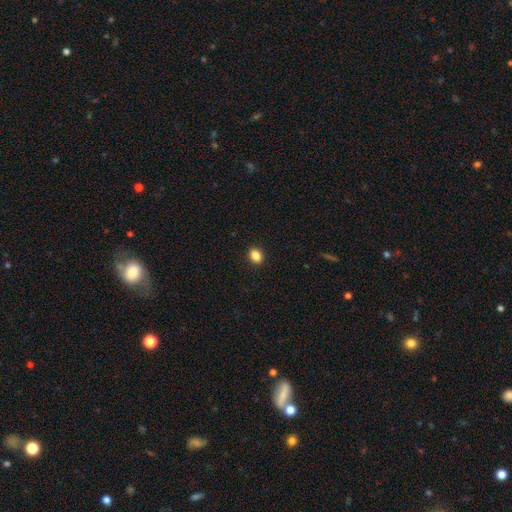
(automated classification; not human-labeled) Smooth or featured? smooth (87%)
How rounded? in between (58%)
Merging? none (91%)